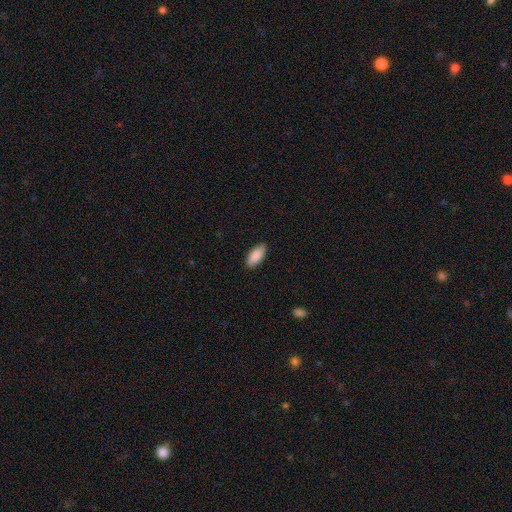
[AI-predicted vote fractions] A smooth galaxy with no disk features (89%) that is in between round and cigar-shaped (88%). Merging: none (87%).